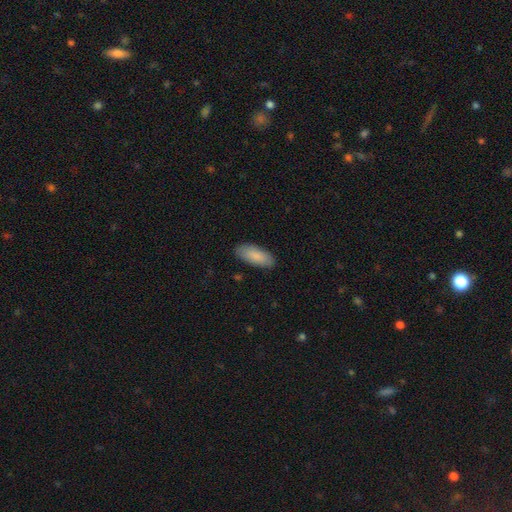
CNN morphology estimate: Smooth or featured: smooth — 88% (featured or disk — 7%)
How rounded: in between — 84% (cigar-shaped — 14%)
Merging: none — 86% (minor disturbance — 11%)